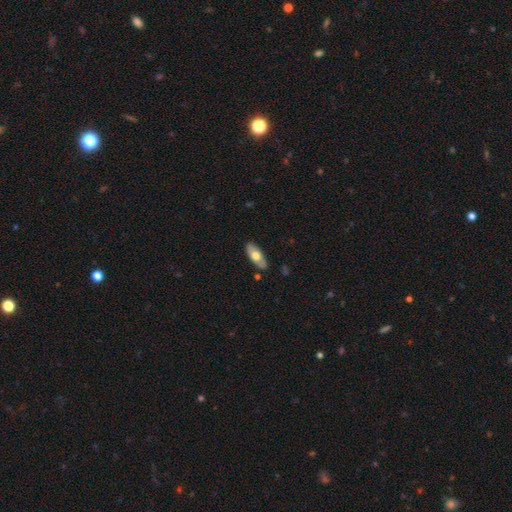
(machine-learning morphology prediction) Smooth or featured?
  - smooth: 59% *
  - featured or disk: 35%
  - star or artifact: 5%
How rounded?
  - in between: 84% *
  - cigar-shaped: 14%
  - round: 2%
Merging?
  - none: 85% *
  - minor disturbance: 11%
  - major disturbance: 2%
  - merger: 2%